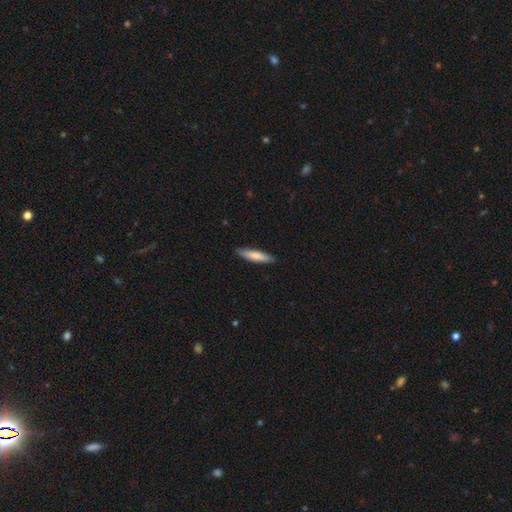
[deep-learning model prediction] Q: Smooth or featured?
A: smooth (78%); runner-up: featured or disk (17%)
Q: How rounded?
A: cigar-shaped (81%); runner-up: in between (17%)
Q: Merging?
A: none (88%); runner-up: minor disturbance (9%)